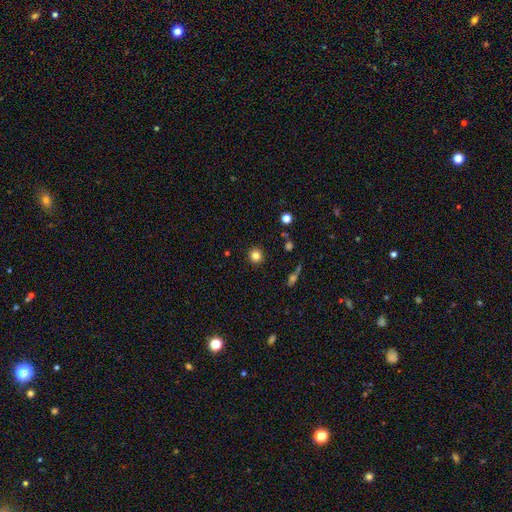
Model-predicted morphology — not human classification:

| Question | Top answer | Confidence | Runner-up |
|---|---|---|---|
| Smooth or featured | smooth | 82% | star or artifact (12%) |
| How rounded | round | 93% | in between (6%) |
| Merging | none | 91% | minor disturbance (6%) |